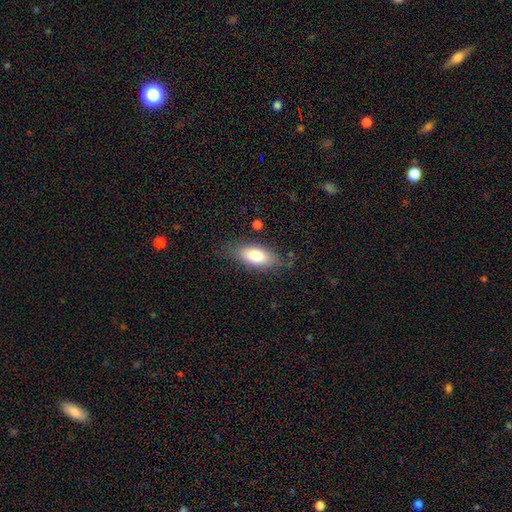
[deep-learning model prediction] Smooth or featured: smooth — 77% (featured or disk — 16%)
How rounded: in between — 81% (cigar-shaped — 16%)
Merging: none — 76% (minor disturbance — 17%)